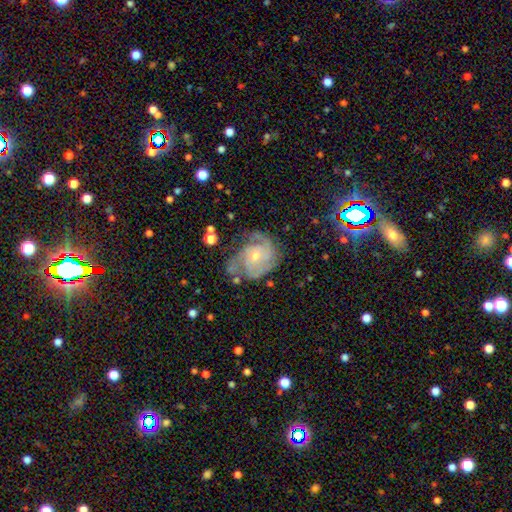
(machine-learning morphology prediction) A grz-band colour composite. It shows a featured or disk galaxy (85%) with no bar (72%), 3 (40%) tight (60%) spiral arms (96%) and a small central bulge (63%). Merging: none (61%).